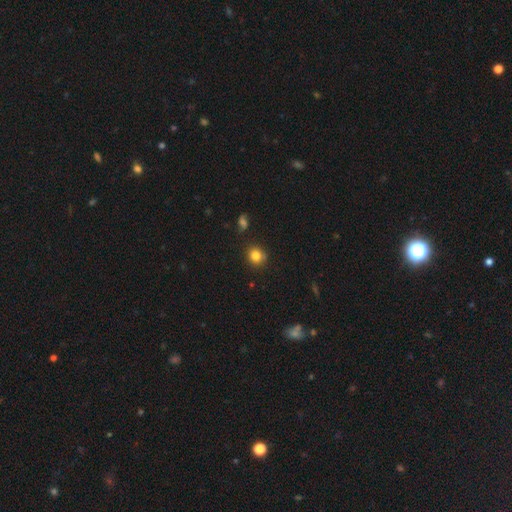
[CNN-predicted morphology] Smooth or featured? smooth (82%)
How rounded? round (84%)
Merging? none (84%)